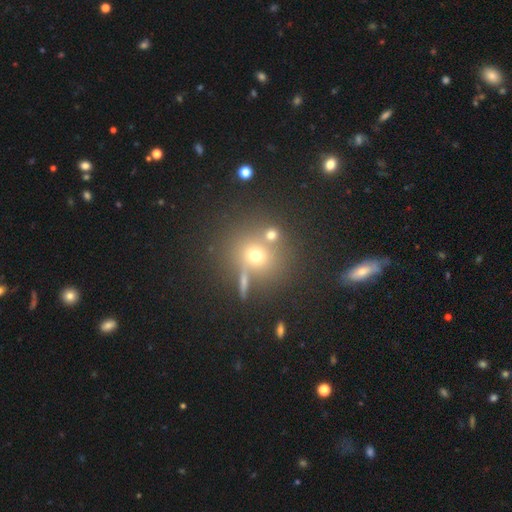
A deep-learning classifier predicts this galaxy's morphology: A smooth galaxy with no disk features (62%) that is round (86%). Merging: none (68%).